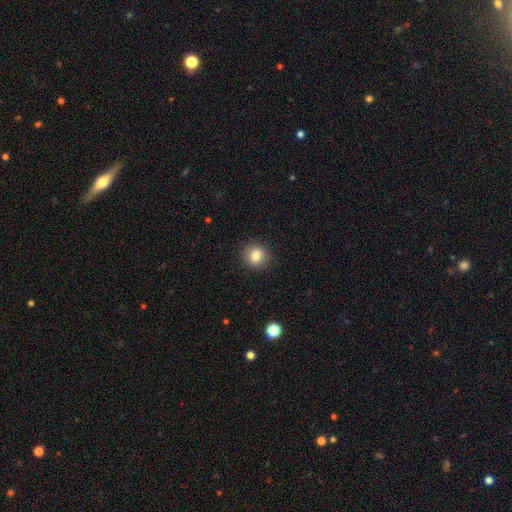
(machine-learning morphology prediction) Overall: smooth (84%). How rounded: round (89%). Merging: none (90%).